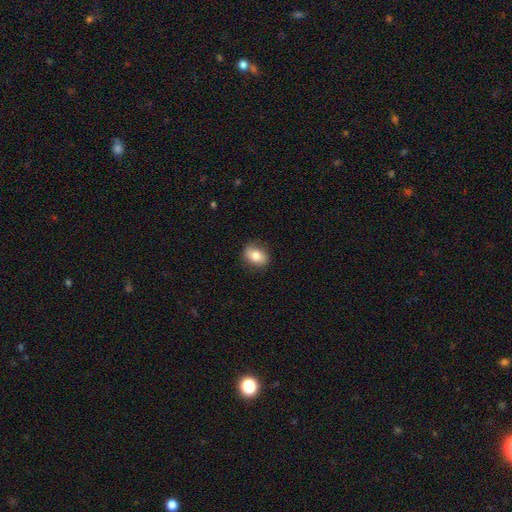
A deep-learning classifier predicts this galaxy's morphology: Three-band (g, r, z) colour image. It shows a smooth galaxy with no disk features (78%) that is in between round and cigar-shaped (69%). Merging: none (82%).